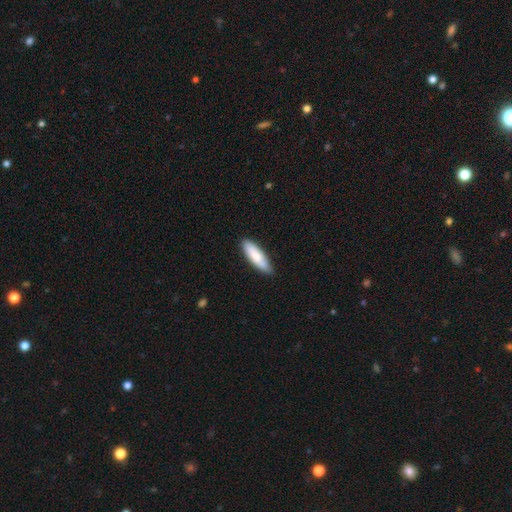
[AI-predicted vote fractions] A smooth galaxy with no disk features (82%) that is cigar-shaped (56%). Merging: none (84%).